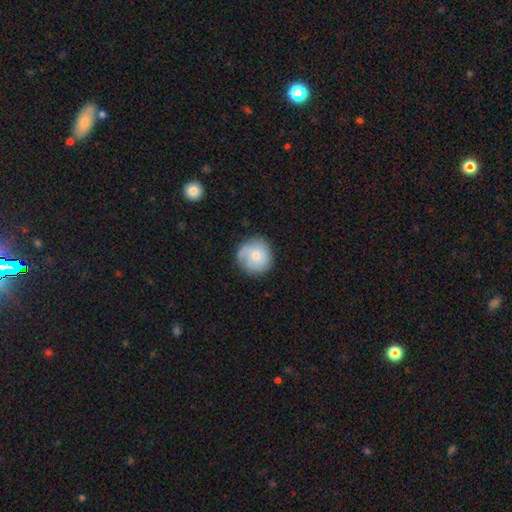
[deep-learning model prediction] The model was most divided on "smooth or featured": smooth: 53%, featured or disk: 40%, star or artifact: 7%. More confident: how rounded — round (92%); merging — none (76%).